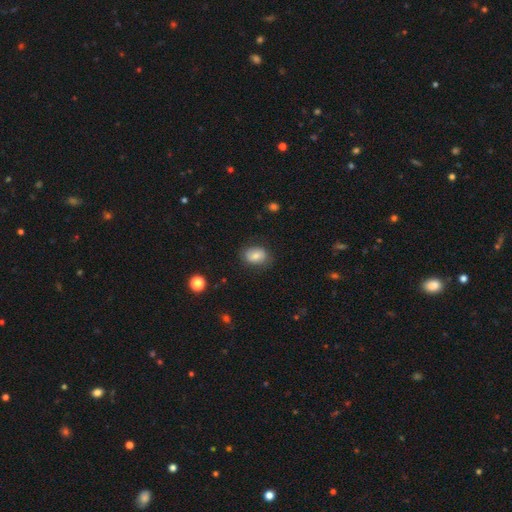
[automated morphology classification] This is likely a smooth galaxy (74%). How rounded: likely in between (74%). Merging: likely none (78%).